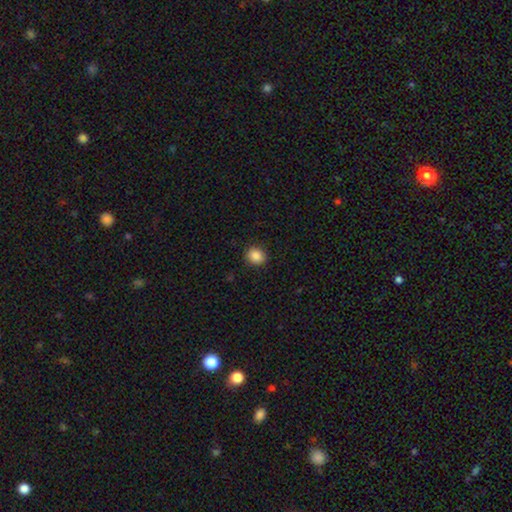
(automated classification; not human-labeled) This is clearly a smooth galaxy (87%). How rounded: likely round (75%). Merging: clearly none (90%).